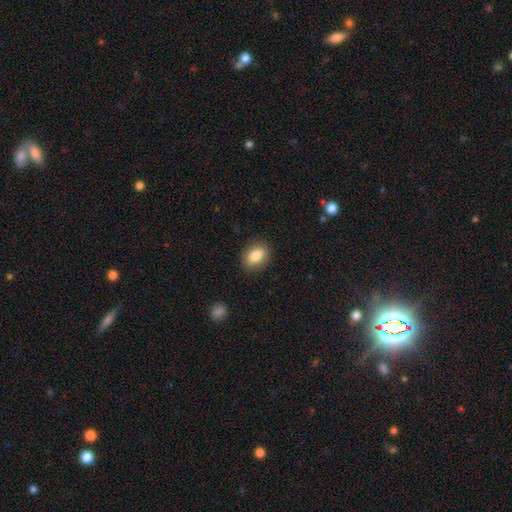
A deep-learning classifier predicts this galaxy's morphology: smooth-or-featured: smooth: 86% | star or artifact: 7% | featured or disk: 7%
  how-rounded: in between: 79% | round: 20% | cigar-shaped: 1%
  merging: none: 87% | minor disturbance: 10% | major disturbance: 3% | merger: 1%